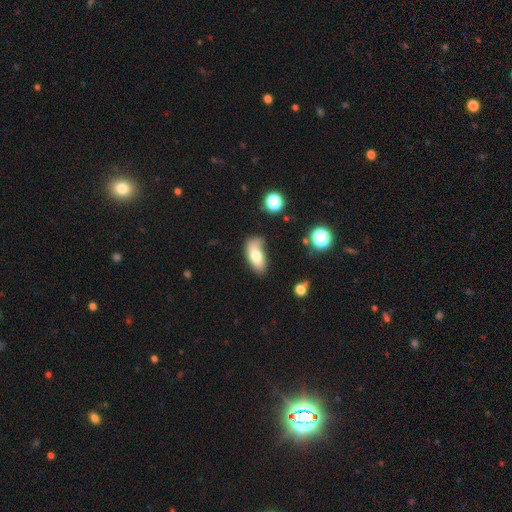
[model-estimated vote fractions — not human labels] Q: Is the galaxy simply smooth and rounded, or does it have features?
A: smooth — 74%.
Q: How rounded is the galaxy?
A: in between — 89%.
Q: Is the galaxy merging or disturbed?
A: none — 50%.